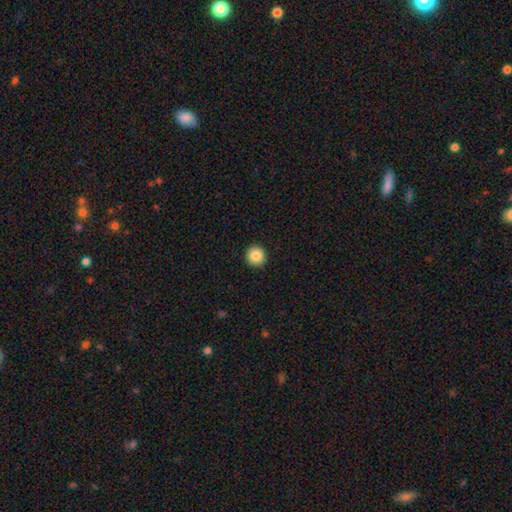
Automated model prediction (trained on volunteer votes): Morphology: type=smooth (86%); roundness=round (96%); merging=none (93%).